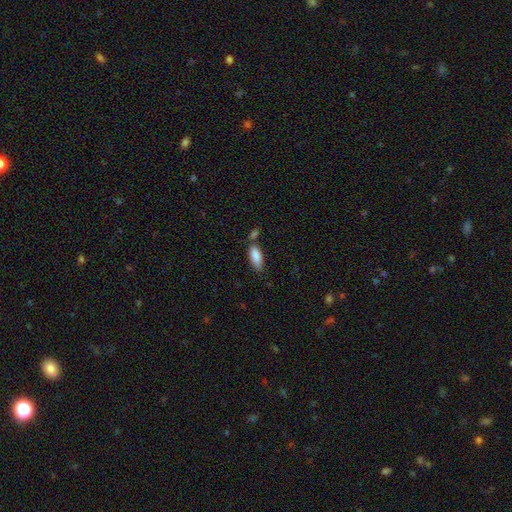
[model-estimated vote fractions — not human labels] Morphology: type=smooth (87%); roundness=in between (79%); merging=none (57%).